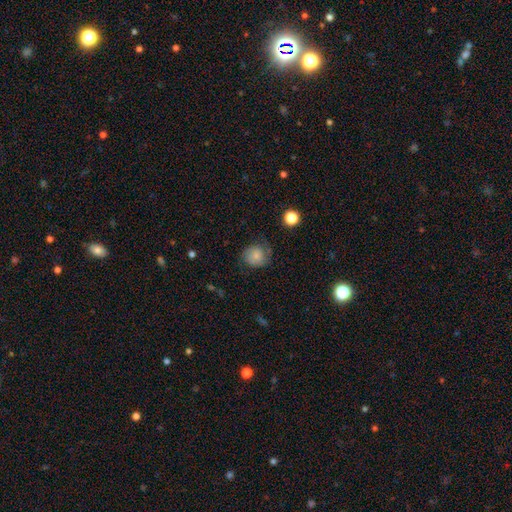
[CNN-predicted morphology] A smooth galaxy with no disk features (76%) that is round (79%). Merging: none (61%).